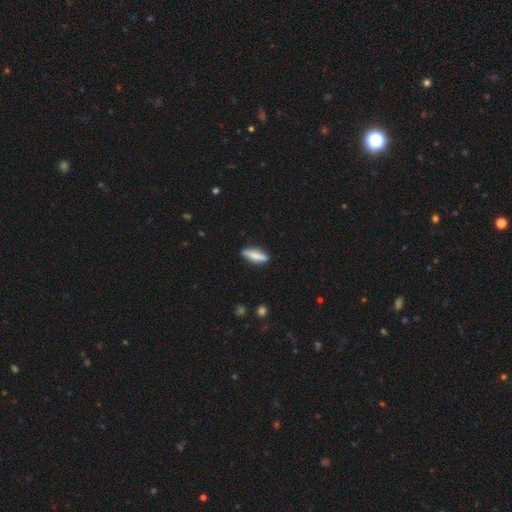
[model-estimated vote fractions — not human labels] Smooth or featured? smooth (75%)
How rounded? cigar-shaped (56%)
Merging? none (84%)